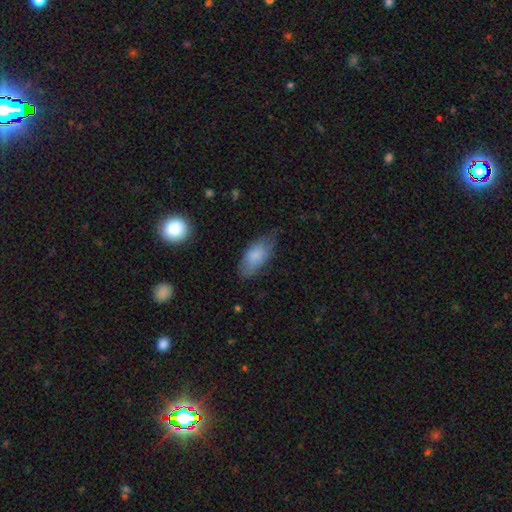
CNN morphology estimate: Smooth or featured? Predicted: smooth (p=0.77). How rounded? Predicted: in between (p=0.90). Merging? Predicted: none (p=0.60).